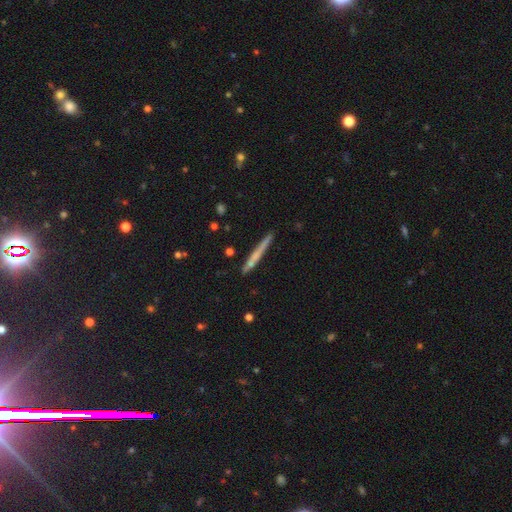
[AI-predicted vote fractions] Morphology: type=smooth (55%); roundness=cigar-shaped (96%); merging=none (83%).